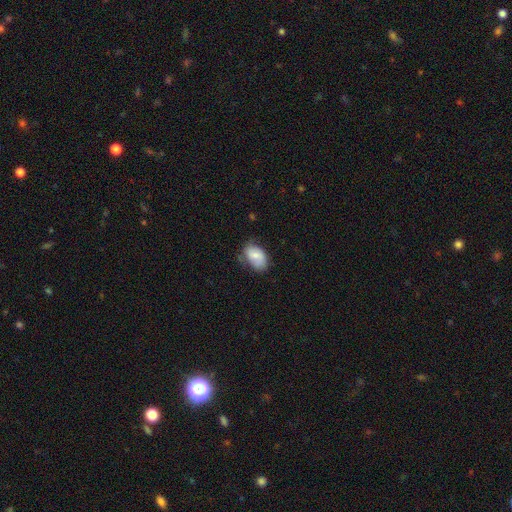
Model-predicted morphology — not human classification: A smooth galaxy with no disk features (71%) that is in between round and cigar-shaped (87%).

Vote fractions:
- Smooth or featured? smooth: 71% / featured or disk: 22% / star or artifact: 7%
- How rounded? in between: 87% / round: 11% / cigar-shaped: 1%
- Merging? none: 54% / minor disturbance: 34% / major disturbance: 10% / merger: 2%